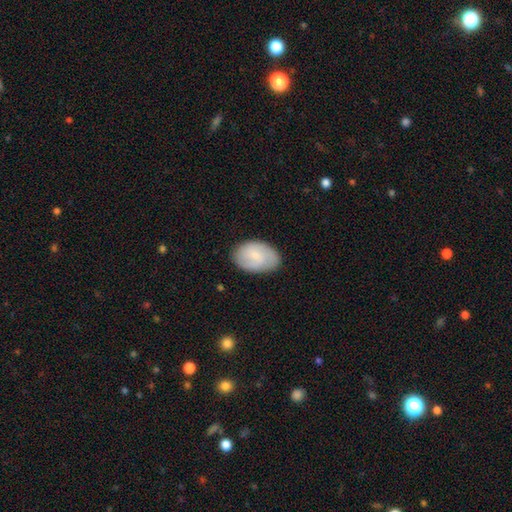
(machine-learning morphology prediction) This is likely a smooth galaxy (60%). How rounded: clearly in between (86%). Merging: likely none (80%).